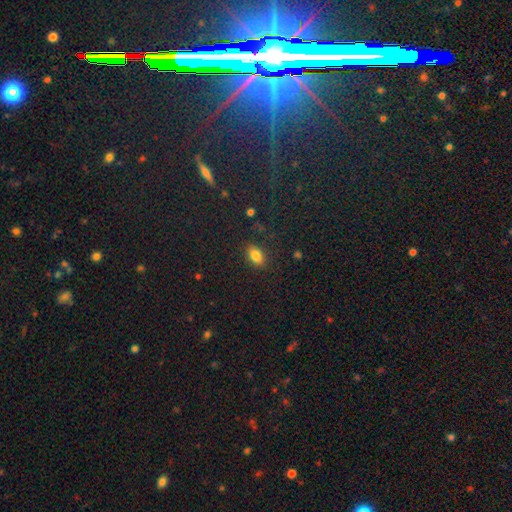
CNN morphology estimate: A smooth galaxy with no disk features (83%) that is in between round and cigar-shaped (87%).

Vote fractions:
- Smooth or featured? smooth: 83% / star or artifact: 11% / featured or disk: 6%
- How rounded? in between: 87% / round: 10% / cigar-shaped: 3%
- Merging? none: 86% / minor disturbance: 10% / major disturbance: 3% / merger: 1%